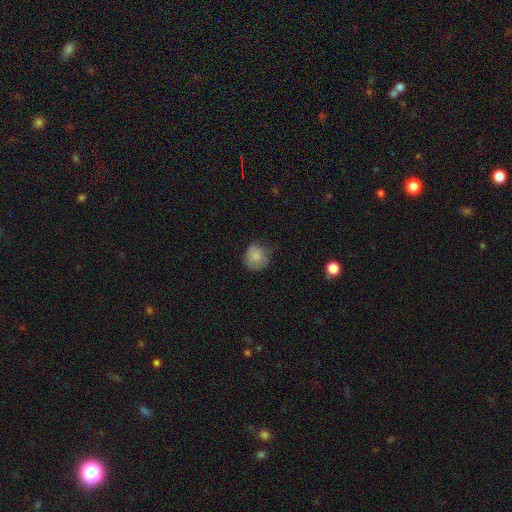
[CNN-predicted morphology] Smooth or featured?
  - smooth: 83% *
  - star or artifact: 9%
  - featured or disk: 8%
How rounded?
  - round: 84% *
  - in between: 15%
  - cigar-shaped: 1%
Merging?
  - none: 61% *
  - minor disturbance: 29%
  - major disturbance: 8%
  - merger: 1%